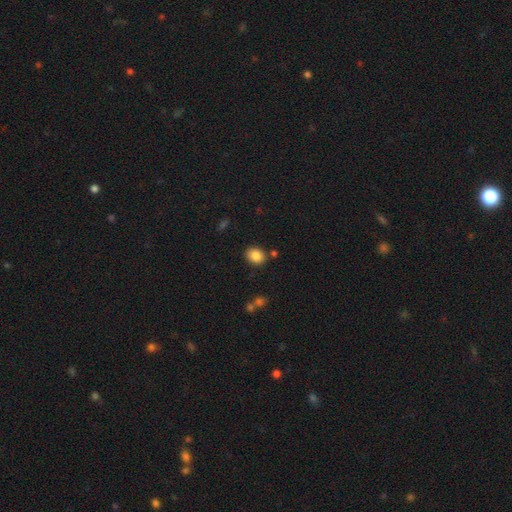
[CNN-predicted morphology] smooth-or-featured: smooth: 85% | star or artifact: 9% | featured or disk: 6%
  how-rounded: round: 55% | in between: 44% | cigar-shaped: 1%
  merging: none: 82% | minor disturbance: 10% | merger: 5% | major disturbance: 3%